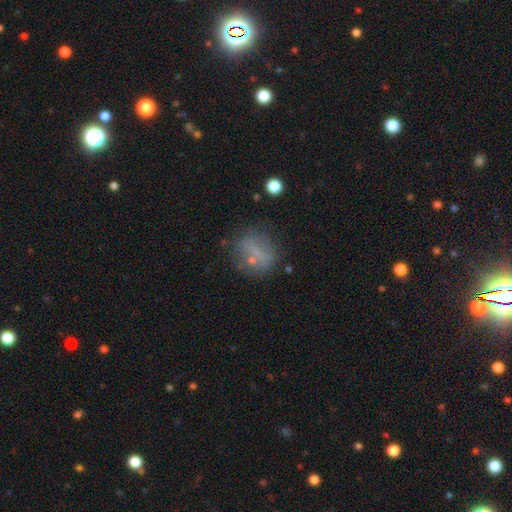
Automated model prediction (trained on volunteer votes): Overall: smooth (49%; featured or disk 32%). Merging: none (65%).